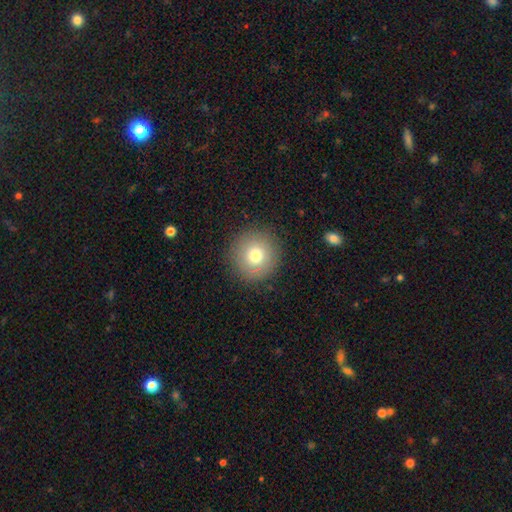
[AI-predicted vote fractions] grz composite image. It shows a smooth galaxy with no disk features (75%) that is round (95%). Merging: none (90%).